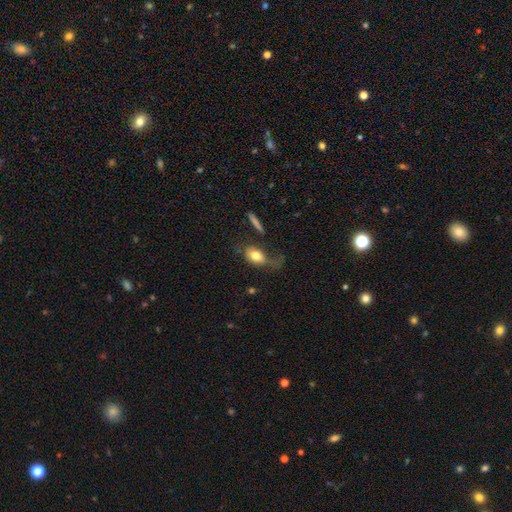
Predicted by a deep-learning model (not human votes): smooth 75%, featured or disk 17%, star or artifact 8%. Down the decision tree: how rounded — in between (77%); merging — major disturbance (38%).